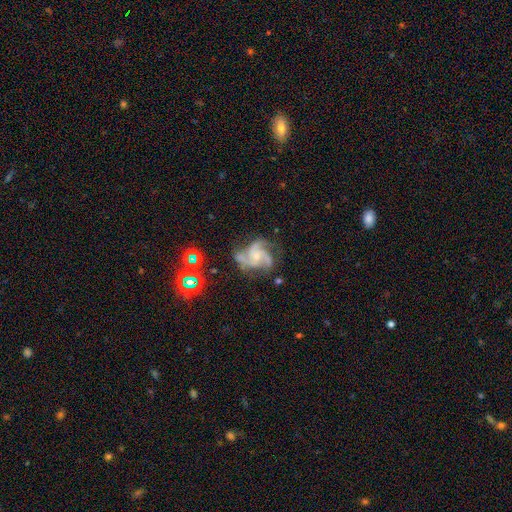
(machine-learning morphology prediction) This appears to be a featured or disk galaxy (87%) with no bar (73%), 3 (70%) medium (58%) spiral arms (98%) and a small central bulge (66%). Merging: none (61%).